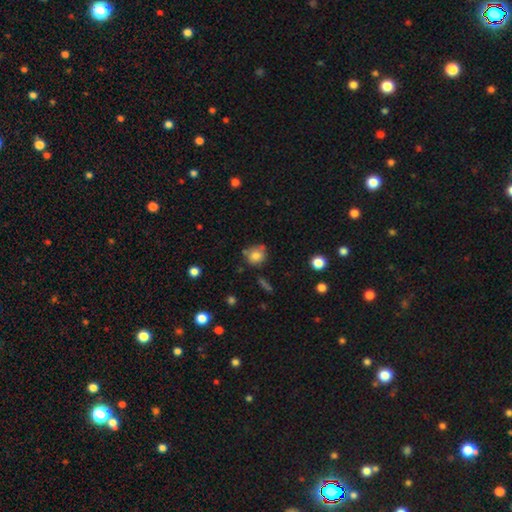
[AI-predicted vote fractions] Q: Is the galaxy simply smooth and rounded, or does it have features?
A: smooth — 78%.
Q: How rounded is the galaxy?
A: round — 77%.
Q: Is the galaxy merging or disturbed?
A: none — 65%.